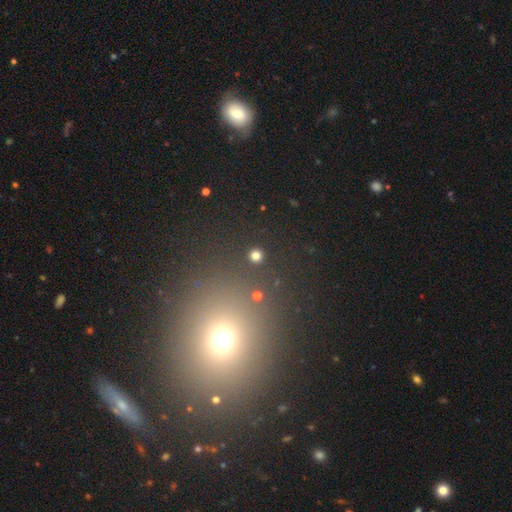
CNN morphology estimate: smooth 79%, star or artifact 17%, featured or disk 4%. Down the decision tree: how rounded — round (93%); merging — none (91%).